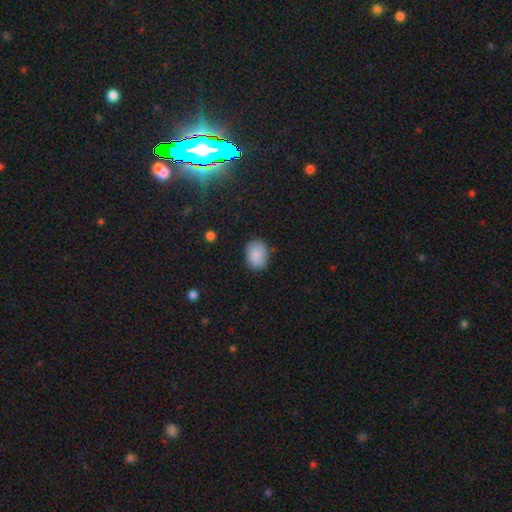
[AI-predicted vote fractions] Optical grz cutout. It shows a smooth galaxy with no disk features (84%) that is in between round and cigar-shaped (61%). Merging: none (81%).